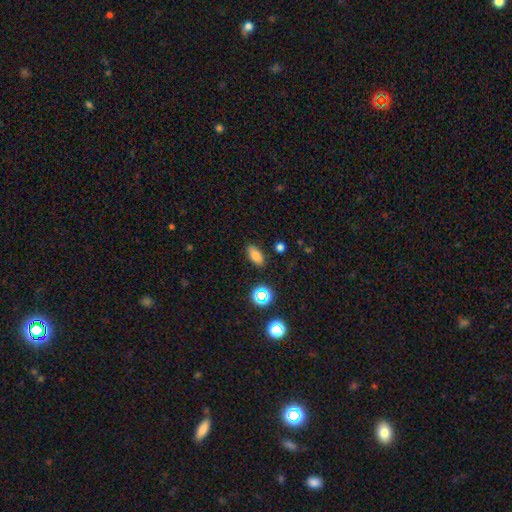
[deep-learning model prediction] A smooth galaxy with no disk features (78%) that is in between round and cigar-shaped (86%). Merging: none (84%).